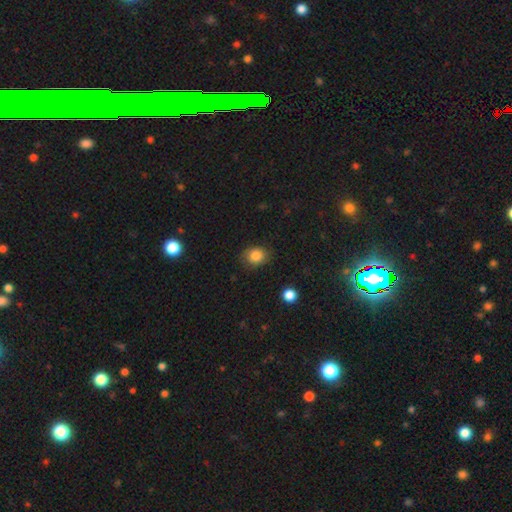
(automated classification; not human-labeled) Smooth or featured? smooth (84%)
How rounded? round (56%)
Merging? none (80%)